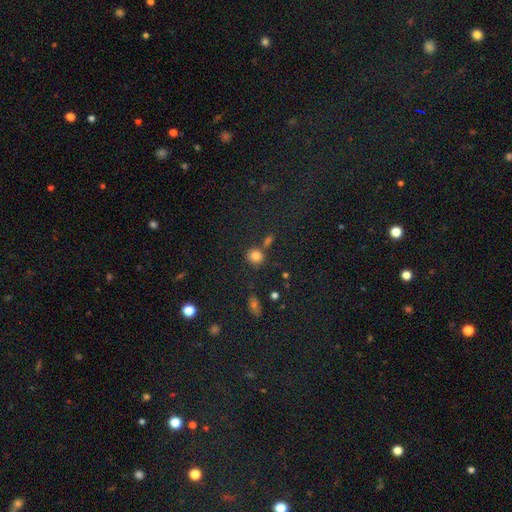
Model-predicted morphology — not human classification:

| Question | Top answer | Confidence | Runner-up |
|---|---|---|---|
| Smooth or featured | smooth | 81% | star or artifact (12%) |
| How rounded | round | 76% | in between (23%) |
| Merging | none | 69% | merger (15%) |